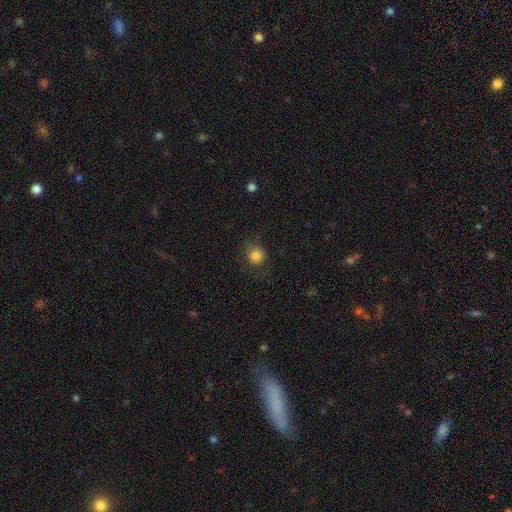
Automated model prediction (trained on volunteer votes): This is clearly a smooth galaxy (84%). How rounded: clearly round (89%). Merging: likely none (77%).